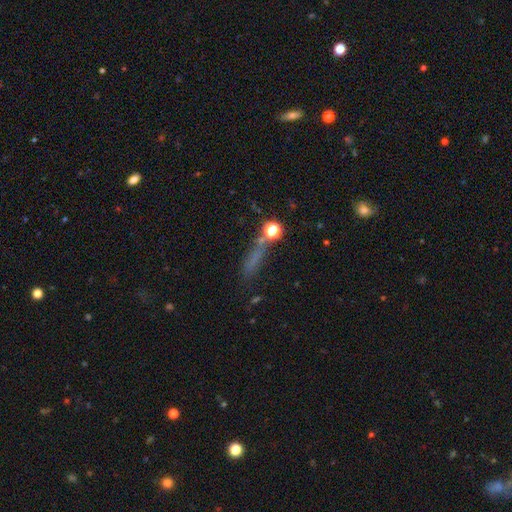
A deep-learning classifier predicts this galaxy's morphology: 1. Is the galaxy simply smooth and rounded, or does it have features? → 48% smooth, 30% star or artifact, 21% featured or disk.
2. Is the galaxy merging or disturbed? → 60% none, 16% minor disturbance, 12% major disturbance, 12% merger.